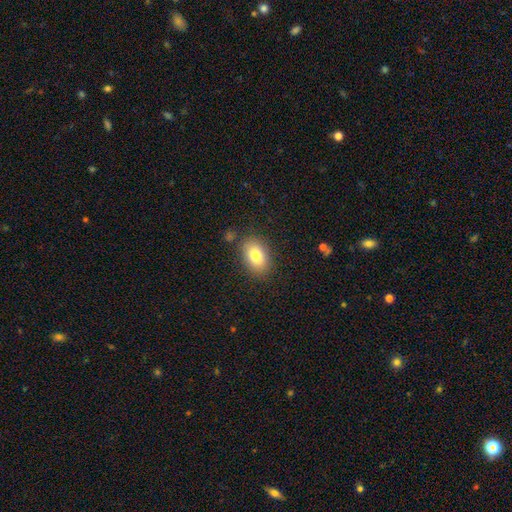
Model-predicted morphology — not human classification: This appears to be a smooth galaxy with no disk features (80%) that is in between round and cigar-shaped (86%). Merging: none (83%).